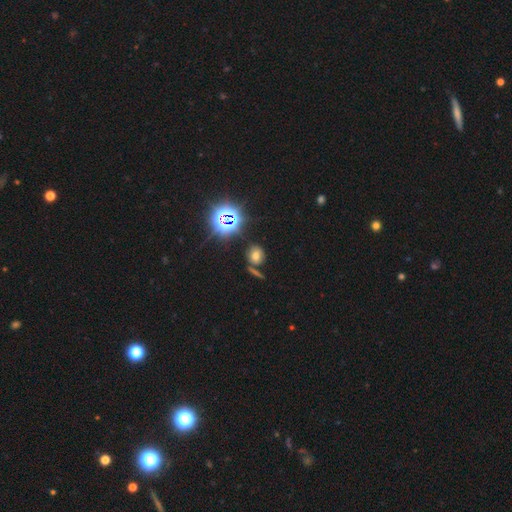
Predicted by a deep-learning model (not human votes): Q: Smooth or featured?
A: smooth (54%); runner-up: star or artifact (34%)
Q: How rounded?
A: round (62%); runner-up: in between (36%)
Q: Merging?
A: none (73%); runner-up: merger (12%)